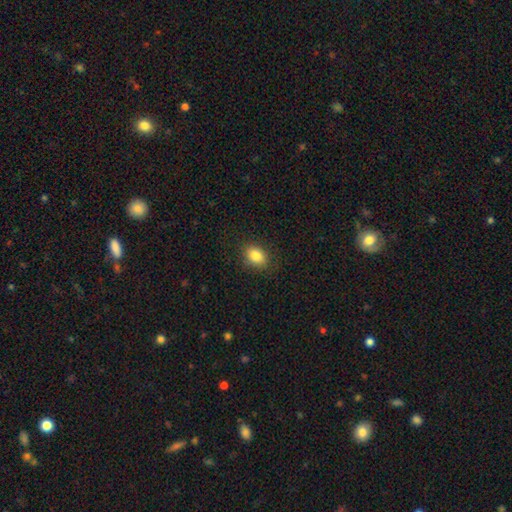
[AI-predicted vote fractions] Smooth or featured?
  - smooth: 85% *
  - star or artifact: 9%
  - featured or disk: 6%
How rounded?
  - in between: 72% *
  - round: 27%
  - cigar-shaped: 1%
Merging?
  - none: 87% *
  - minor disturbance: 10%
  - major disturbance: 3%
  - merger: 1%